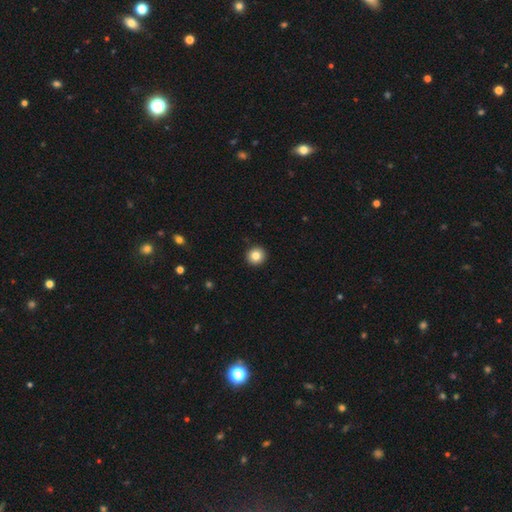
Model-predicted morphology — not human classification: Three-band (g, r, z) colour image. It shows a smooth galaxy with no disk features (84%) that is round (95%). Merging: none (94%).